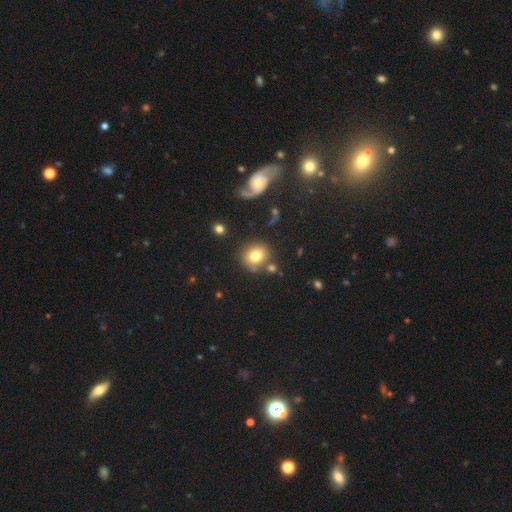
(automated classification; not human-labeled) smooth-or-featured: smooth: 76% | featured or disk: 13% | star or artifact: 11%
  how-rounded: round: 80% | in between: 19% | cigar-shaped: 1%
  merging: none: 73% | minor disturbance: 13% | merger: 9% | major disturbance: 5%